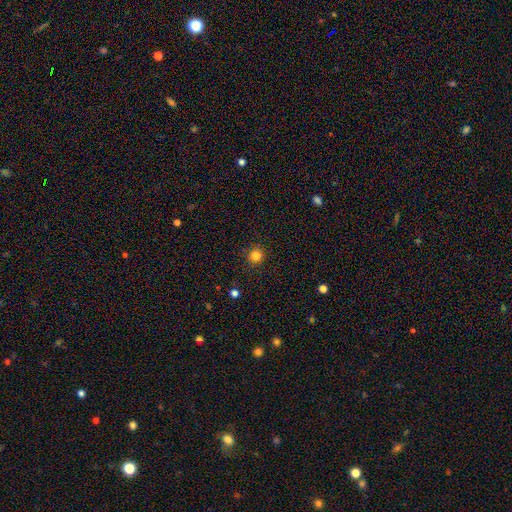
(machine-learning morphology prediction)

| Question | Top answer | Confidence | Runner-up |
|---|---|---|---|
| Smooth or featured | smooth | 83% | star or artifact (13%) |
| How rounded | round | 94% | in between (5%) |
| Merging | none | 90% | minor disturbance (7%) |